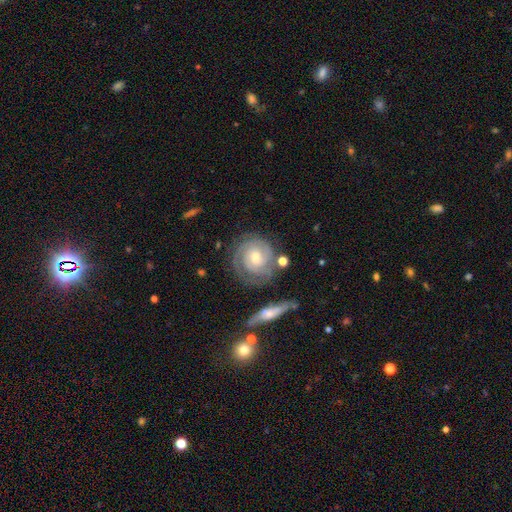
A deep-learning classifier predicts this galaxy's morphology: This is likely a featured or disk galaxy (79%). It is clearly not viewed edge-on (96%). Bar: likely no (66%). Spiral arm pattern: clearly yes (93%). Spiral arm count: possibly 2 (50%). Spiral winding: likely tight (78%). Central bulge: possibly moderate (59%). Merging: likely none (76%).